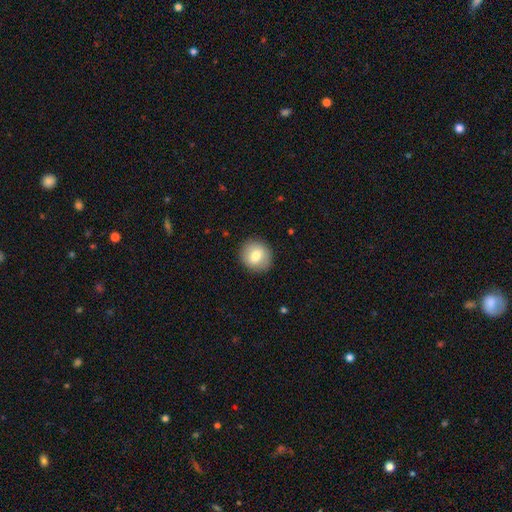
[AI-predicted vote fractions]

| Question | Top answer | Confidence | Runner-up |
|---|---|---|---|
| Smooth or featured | smooth | 75% | featured or disk (17%) |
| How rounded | round | 89% | in between (10%) |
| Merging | none | 89% | minor disturbance (7%) |